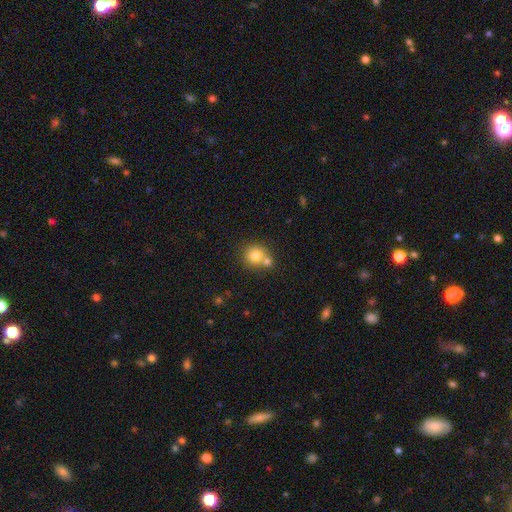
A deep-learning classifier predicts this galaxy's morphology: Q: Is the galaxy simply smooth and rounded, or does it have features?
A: smooth — 79%.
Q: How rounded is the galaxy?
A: round — 88%.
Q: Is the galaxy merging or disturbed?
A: none — 50%.